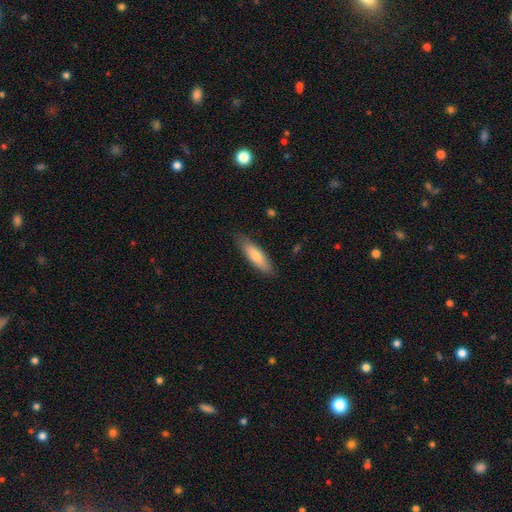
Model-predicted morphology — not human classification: This appears to be a smooth galaxy with no disk features (73%) that is cigar-shaped (61%). Merging: none (84%).